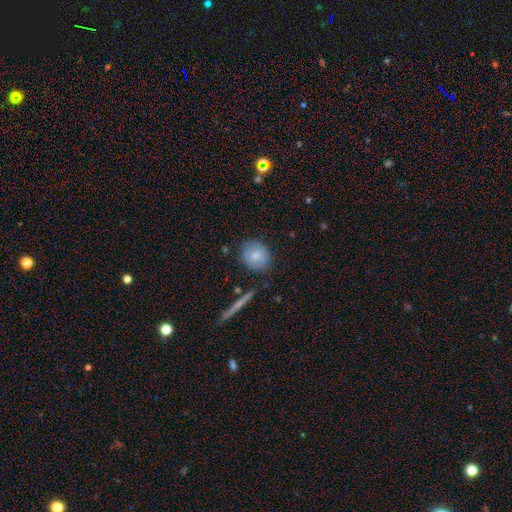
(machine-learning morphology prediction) Q: Smooth or featured?
A: smooth (78%); runner-up: featured or disk (15%)
Q: How rounded?
A: round (77%); runner-up: in between (21%)
Q: Merging?
A: none (82%); runner-up: minor disturbance (12%)